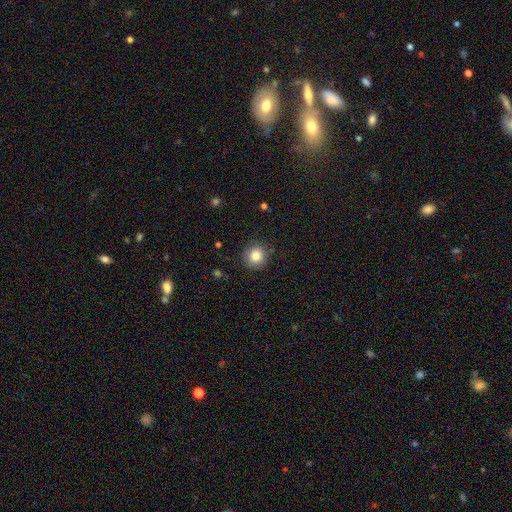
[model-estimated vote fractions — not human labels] This is clearly a smooth galaxy (84%). How rounded: clearly round (92%). Merging: clearly none (86%).